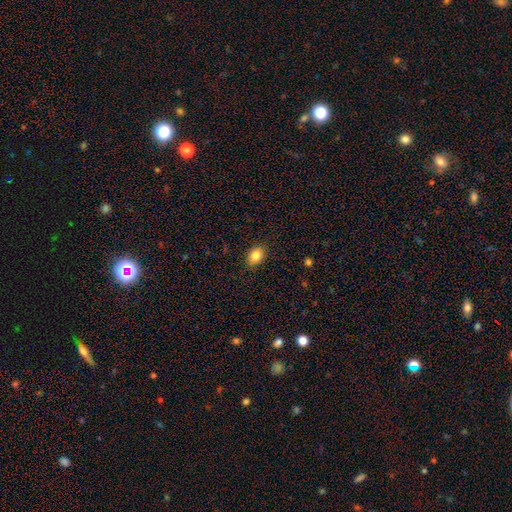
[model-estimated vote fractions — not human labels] smooth_or_featured: smooth (p=0.84) [alt: star or artifact p=0.09]
how_rounded: in between (p=0.81) [alt: round p=0.17]
merging: none (p=0.88) [alt: minor disturbance p=0.09]